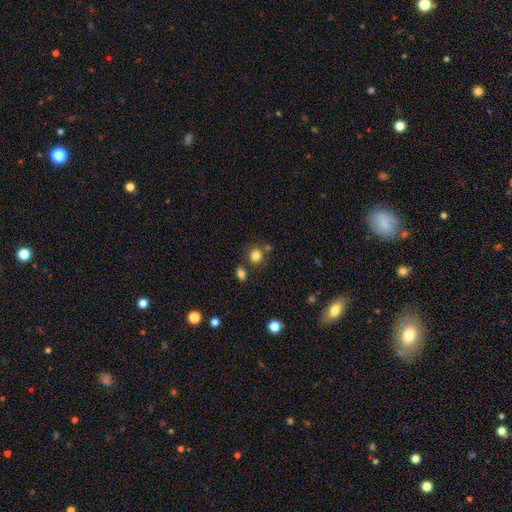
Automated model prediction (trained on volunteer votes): Q: Smooth or featured?
A: smooth (82%); runner-up: star or artifact (12%)
Q: How rounded?
A: round (77%); runner-up: in between (22%)
Q: Merging?
A: none (71%); runner-up: merger (13%)